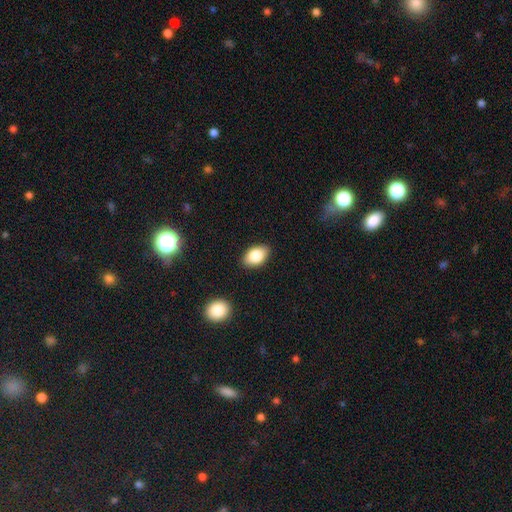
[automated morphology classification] smooth_or_featured: smooth (p=0.83) [alt: featured or disk p=0.09]
how_rounded: in between (p=0.90) [alt: round p=0.09]
merging: none (p=0.86) [alt: minor disturbance p=0.10]